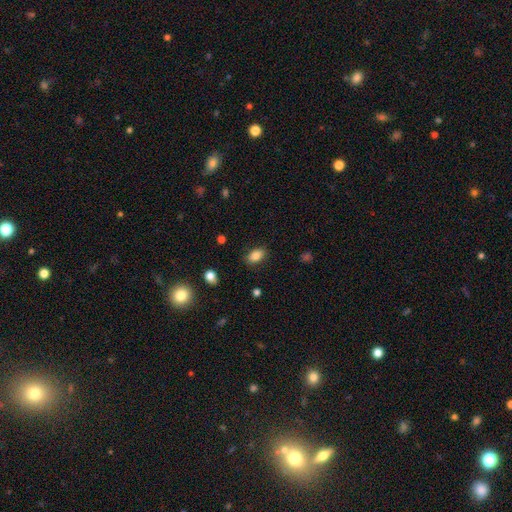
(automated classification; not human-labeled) This is clearly a smooth galaxy (83%). How rounded: clearly in between (89%). Merging: clearly none (85%).